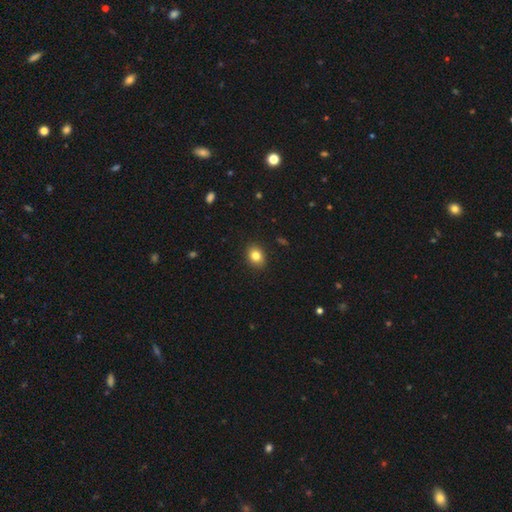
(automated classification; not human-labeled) The model was most divided on "how rounded": in between: 51%, round: 48%, cigar-shaped: 1%. More confident: merging — none (89%); smooth or featured — smooth (82%).